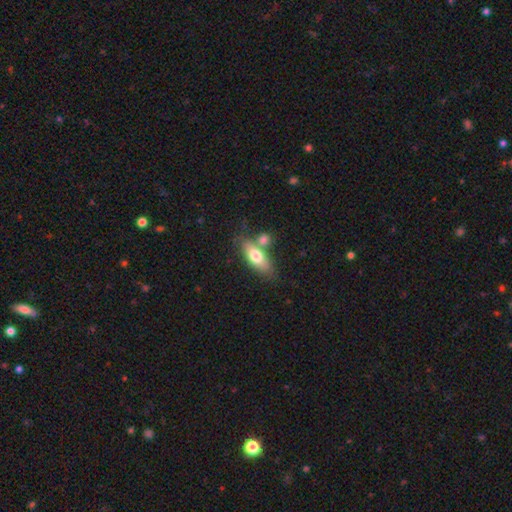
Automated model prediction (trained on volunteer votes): A smooth galaxy with no disk features (69%) that is in between round and cigar-shaped (70%).

Vote fractions:
- Smooth or featured? smooth: 69% / featured or disk: 25% / star or artifact: 6%
- How rounded? in between: 70% / cigar-shaped: 26% / round: 4%
- Merging? none: 56% / merger: 26% / minor disturbance: 13% / major disturbance: 4%